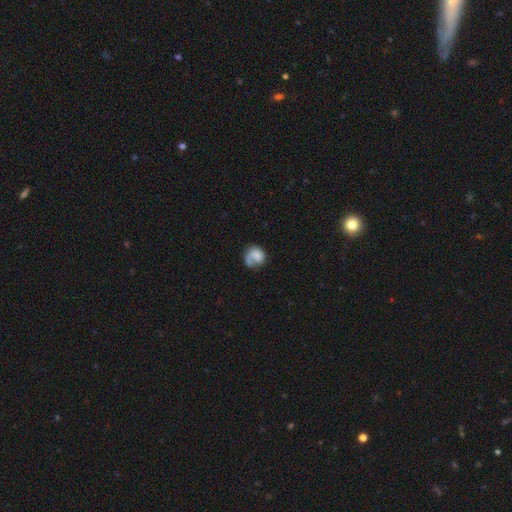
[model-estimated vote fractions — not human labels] Smooth or featured? Predicted: smooth (p=0.50). Merging? Predicted: none (p=0.44).